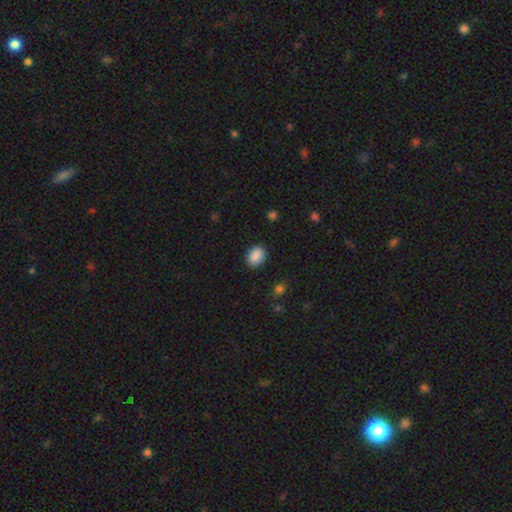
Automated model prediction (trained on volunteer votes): smooth_or_featured: smooth (p=0.89) [alt: star or artifact p=0.08]
how_rounded: in between (p=0.66) [alt: round p=0.33]
merging: none (p=0.87) [alt: minor disturbance p=0.09]